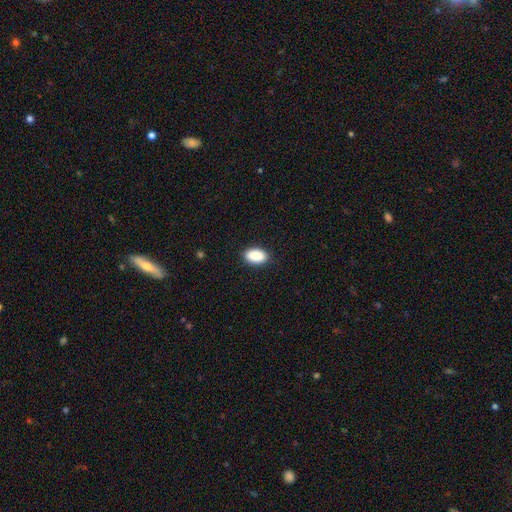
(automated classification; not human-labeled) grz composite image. It shows a smooth galaxy with no disk features (90%) that is in between round and cigar-shaped (93%). Merging: none (89%).